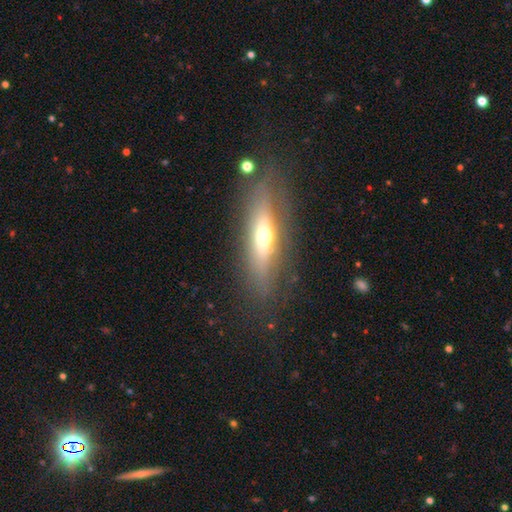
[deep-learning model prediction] Overall: featured or disk (59%; smooth 32%). Edge-on disk: yes (76%). Merging: none (77%).